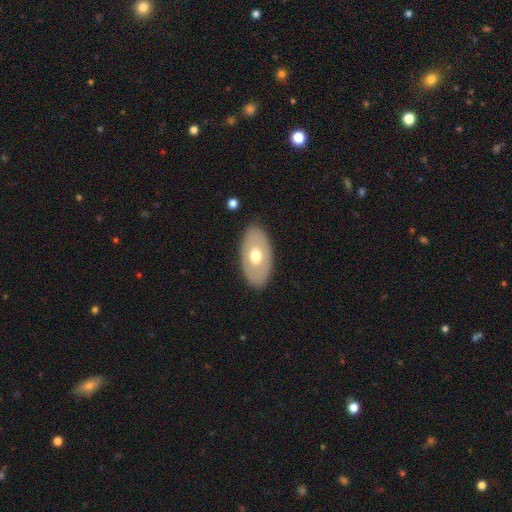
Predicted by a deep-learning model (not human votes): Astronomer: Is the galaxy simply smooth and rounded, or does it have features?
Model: smooth — 53% (runner-up: featured or disk, 42%).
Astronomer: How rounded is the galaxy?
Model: in between — 91%.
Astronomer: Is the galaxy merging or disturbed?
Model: none — 85%.